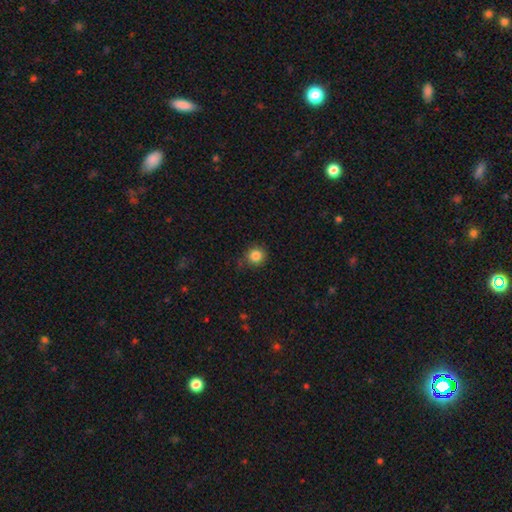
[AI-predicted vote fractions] A smooth galaxy with no disk features (84%) that is round (91%). Merging: none (81%).